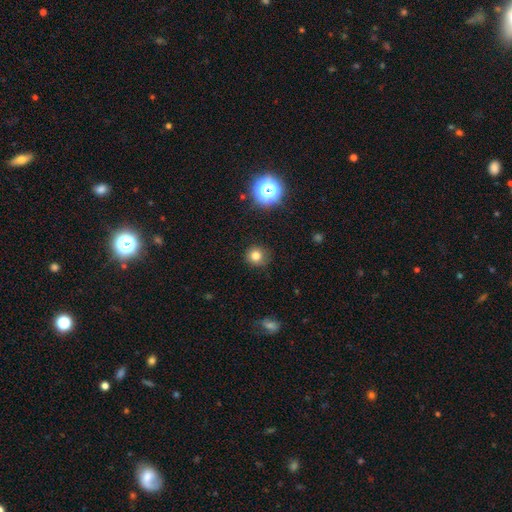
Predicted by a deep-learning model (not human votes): The model was most divided on "smooth or featured": smooth: 80%, star or artifact: 15%, featured or disk: 6%. More confident: how rounded — round (91%); merging — none (87%).